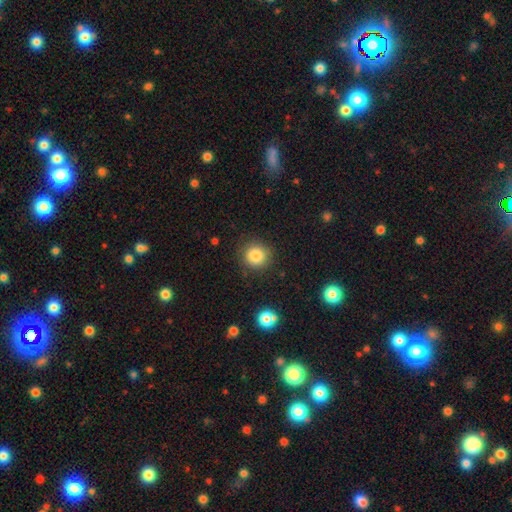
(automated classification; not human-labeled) Smooth or featured: smooth — 83% (star or artifact — 11%)
How rounded: round — 93% (in between — 6%)
Merging: none — 88% (minor disturbance — 8%)